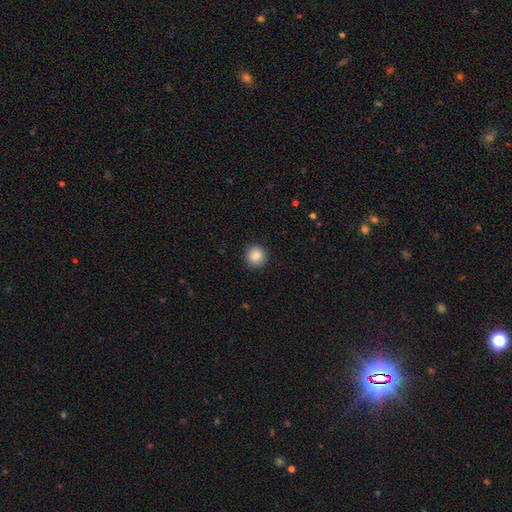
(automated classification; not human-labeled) Smooth or featured? Predicted: smooth (p=0.85). How rounded? Predicted: round (p=0.95). Merging? Predicted: none (p=0.92).